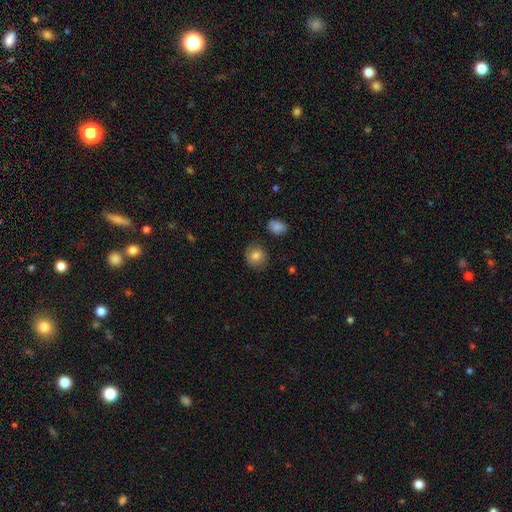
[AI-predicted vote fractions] The model was most divided on "how rounded": round: 81%, in between: 18%, cigar-shaped: 1%. More confident: smooth or featured — smooth (81%); merging — none (81%).